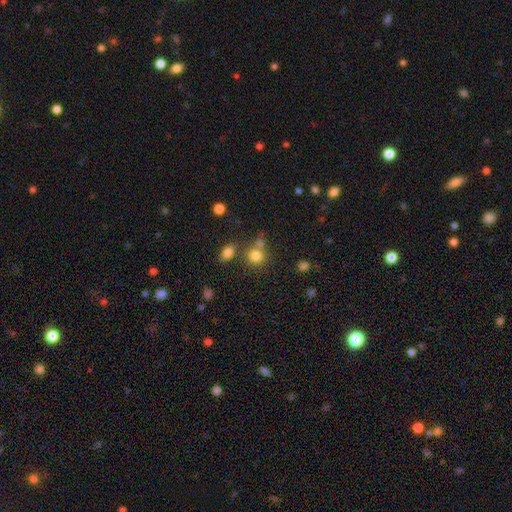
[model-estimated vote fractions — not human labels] A smooth galaxy with no disk features (80%) that is round (81%). Merging: none (61%).